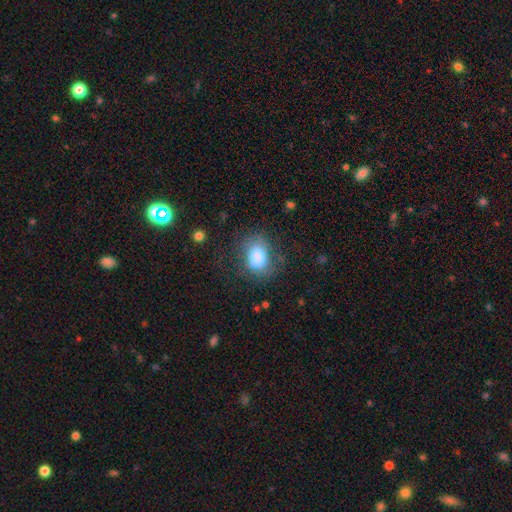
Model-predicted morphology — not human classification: Smooth or featured?
  - smooth: 78% *
  - featured or disk: 13%
  - star or artifact: 9%
How rounded?
  - in between: 68% *
  - round: 30%
  - cigar-shaped: 1%
Merging?
  - none: 62% *
  - minor disturbance: 23%
  - major disturbance: 13%
  - merger: 2%